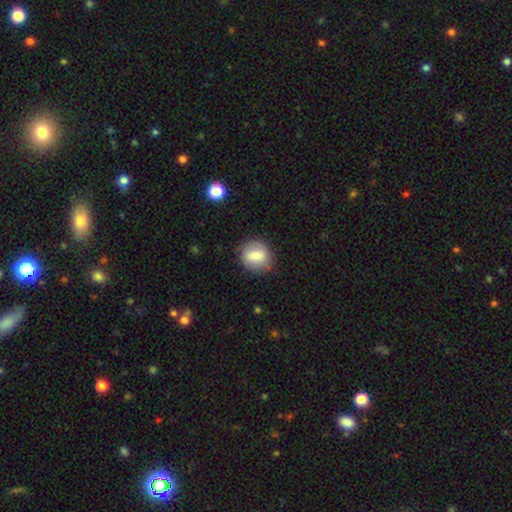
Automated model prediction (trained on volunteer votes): The model was most divided on "how rounded": round: 71%, in between: 28%, cigar-shaped: 1%. More confident: merging — none (78%); smooth or featured — smooth (70%).